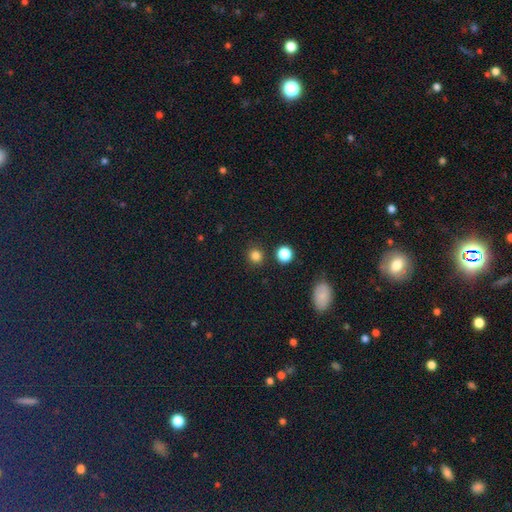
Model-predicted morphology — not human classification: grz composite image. It shows a smooth galaxy with no disk features (82%) that is round (91%). Merging: none (88%).